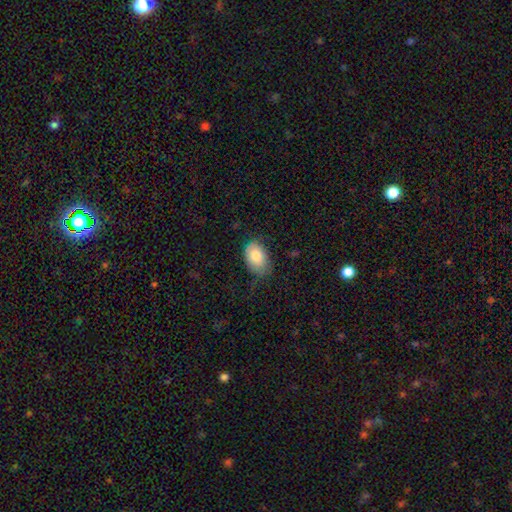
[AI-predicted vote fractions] The model was most divided on "merging": none: 59%, minor disturbance: 31%, major disturbance: 9%, merger: 1%. More confident: how rounded — in between (87%); smooth or featured — smooth (80%).